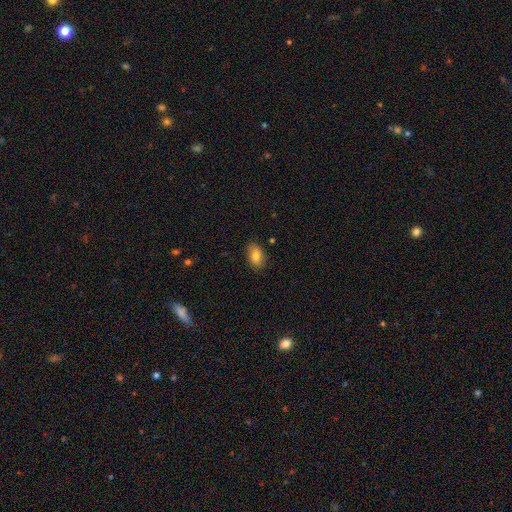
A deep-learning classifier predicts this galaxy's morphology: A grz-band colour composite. It shows a smooth galaxy with no disk features (82%) that is in between round and cigar-shaped (90%). Merging: none (84%).